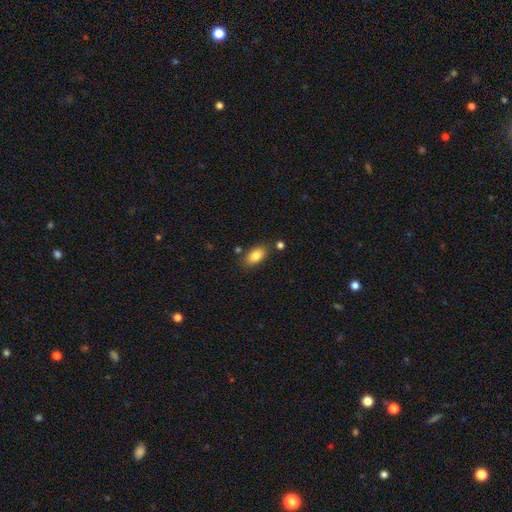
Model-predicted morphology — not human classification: This is clearly a smooth galaxy (84%). How rounded: clearly in between (90%). Merging: likely none (79%).